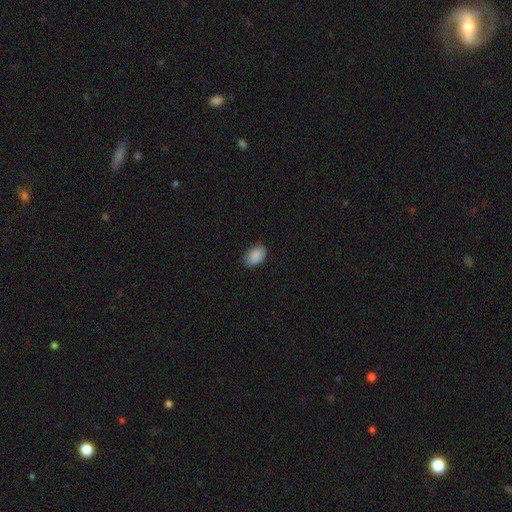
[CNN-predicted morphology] smooth-or-featured: smooth: 89% | star or artifact: 7% | featured or disk: 4%
  how-rounded: in between: 89% | round: 10% | cigar-shaped: 1%
  merging: none: 81% | minor disturbance: 15% | major disturbance: 3% | merger: 1%